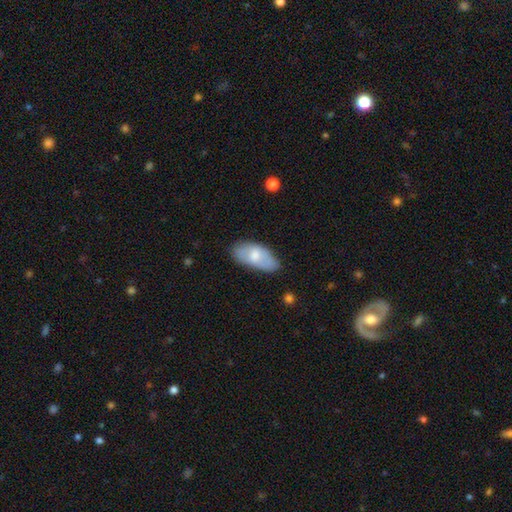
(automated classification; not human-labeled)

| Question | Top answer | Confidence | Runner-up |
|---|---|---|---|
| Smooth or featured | smooth | 69% | featured or disk (25%) |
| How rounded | in between | 93% | cigar-shaped (5%) |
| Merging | none | 69% | minor disturbance (23%) |